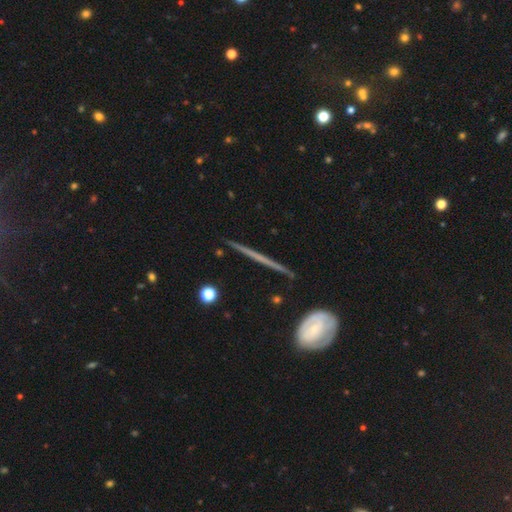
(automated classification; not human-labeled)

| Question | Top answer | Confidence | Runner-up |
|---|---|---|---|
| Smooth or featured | featured or disk | 71% | smooth (22%) |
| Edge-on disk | yes | 95% | no (5%) |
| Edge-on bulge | none | 71% | rounded (22%) |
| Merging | none | 88% | minor disturbance (8%) |